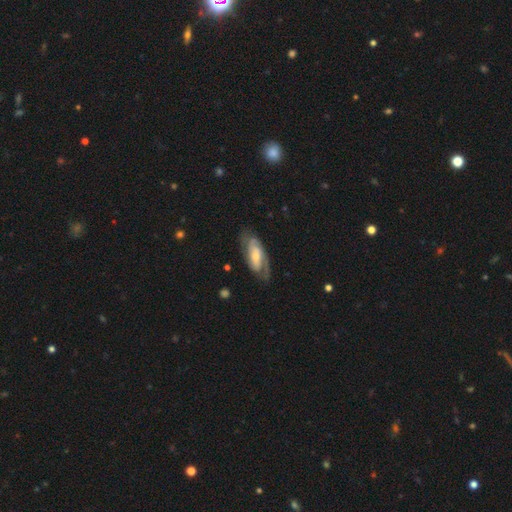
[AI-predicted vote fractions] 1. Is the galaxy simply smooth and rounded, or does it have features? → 76% featured or disk, 19% smooth, 5% star or artifact.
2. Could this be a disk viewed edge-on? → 92% no, 8% yes.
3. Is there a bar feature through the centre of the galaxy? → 44% no, 34% weak, 21% strong.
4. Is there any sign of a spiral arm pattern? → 90% yes, 10% no.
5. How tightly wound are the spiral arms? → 43% medium, 40% tight, 18% loose.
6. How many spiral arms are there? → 73% 2, 14% can't tell, 7% 1, 3% 3, 1% 4, 1% more than 4.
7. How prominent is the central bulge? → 50% small, 42% moderate, 4% large, 2% none, 1% dominant.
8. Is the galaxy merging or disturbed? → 69% none, 19% minor disturbance, 11% major disturbance, 2% merger.